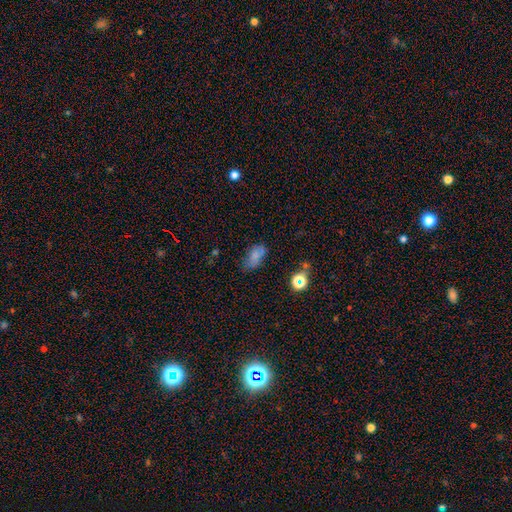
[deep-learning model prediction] Morphology: type=smooth (72%); roundness=in between (89%); merging=none (57%).